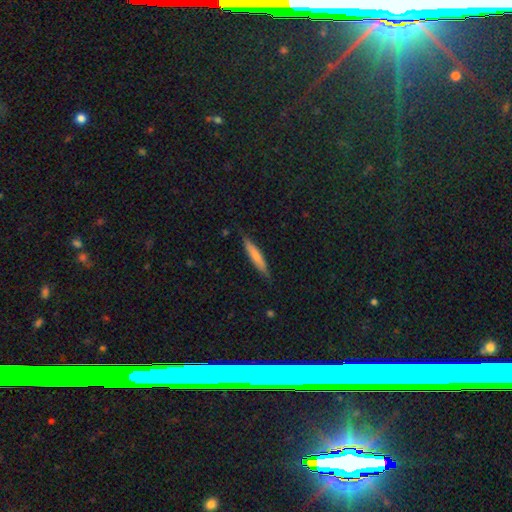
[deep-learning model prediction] Smooth or featured? Predicted: smooth (p=0.69). How rounded? Predicted: cigar-shaped (p=0.90). Merging? Predicted: none (p=0.82).